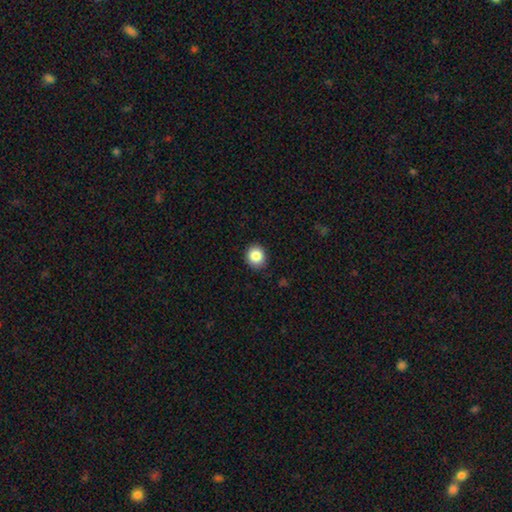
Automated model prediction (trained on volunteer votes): A smooth galaxy with no disk features (86%) that is round (81%).

Vote fractions:
- Smooth or featured? smooth: 86% / star or artifact: 9% / featured or disk: 5%
- How rounded? round: 81% / in between: 18% / cigar-shaped: 1%
- Merging? none: 90% / minor disturbance: 7% / major disturbance: 2% / merger: 1%